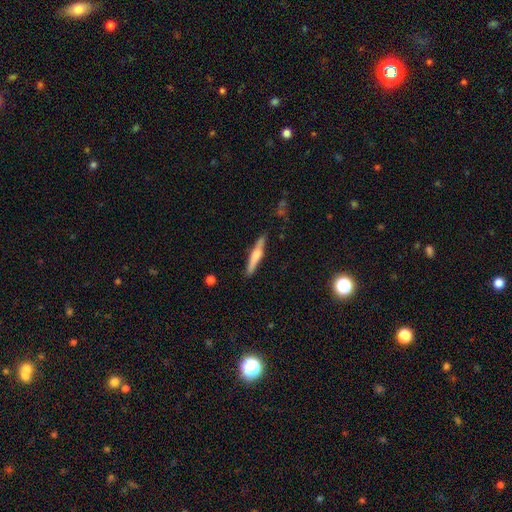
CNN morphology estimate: Smooth or featured? Predicted: smooth (p=0.55). How rounded? Predicted: cigar-shaped (p=0.91). Merging? Predicted: none (p=0.84).